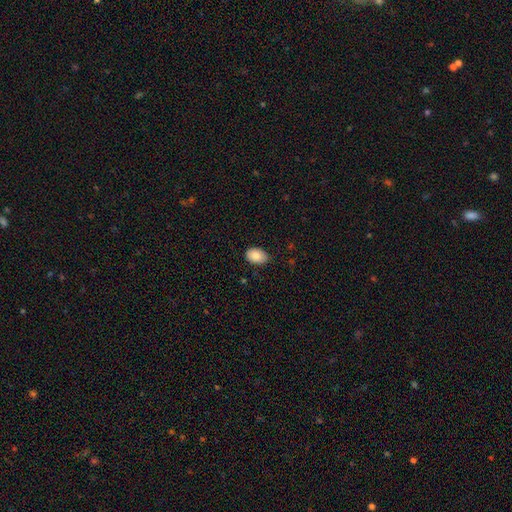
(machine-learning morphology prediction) The model was most divided on "merging": none: 84%, minor disturbance: 13%, major disturbance: 2%, merger: 1%. More confident: smooth or featured — smooth (87%); how rounded — in between (87%).